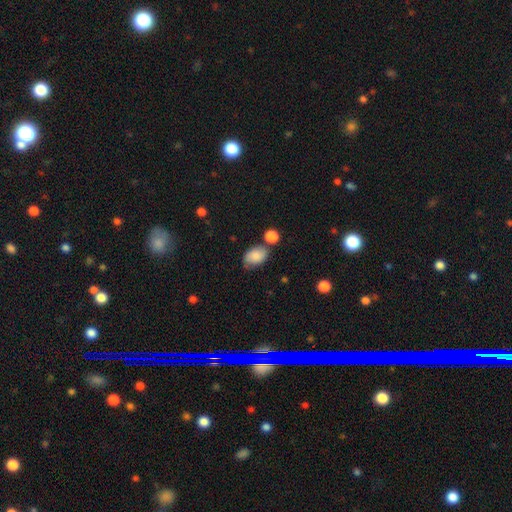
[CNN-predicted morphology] Overall: smooth (82%). How rounded: in between (85%). Merging: none (59%; minor disturbance 24%).